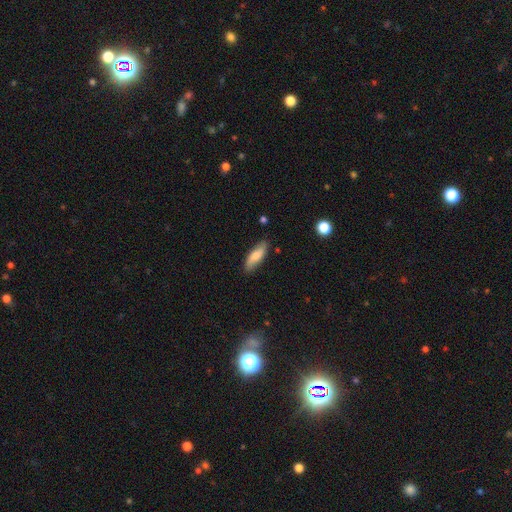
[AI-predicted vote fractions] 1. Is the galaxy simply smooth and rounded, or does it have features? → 73% smooth, 20% featured or disk, 6% star or artifact.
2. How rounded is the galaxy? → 58% in between, 40% cigar-shaped, 2% round.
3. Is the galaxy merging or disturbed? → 81% none, 15% minor disturbance, 2% major disturbance, 2% merger.